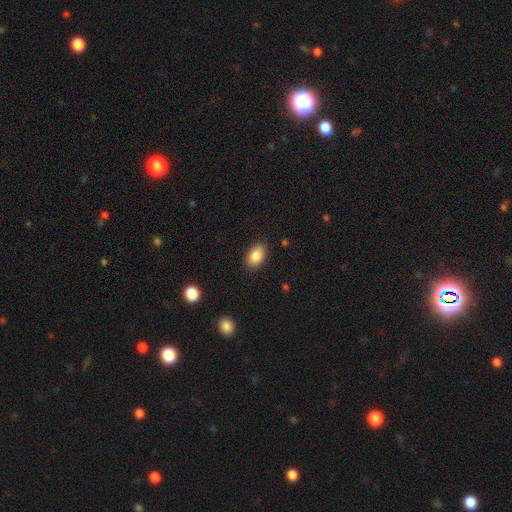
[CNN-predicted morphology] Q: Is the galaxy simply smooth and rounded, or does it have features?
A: smooth — 86%.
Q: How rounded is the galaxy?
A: in between — 87%.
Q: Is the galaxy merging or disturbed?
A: none — 87%.